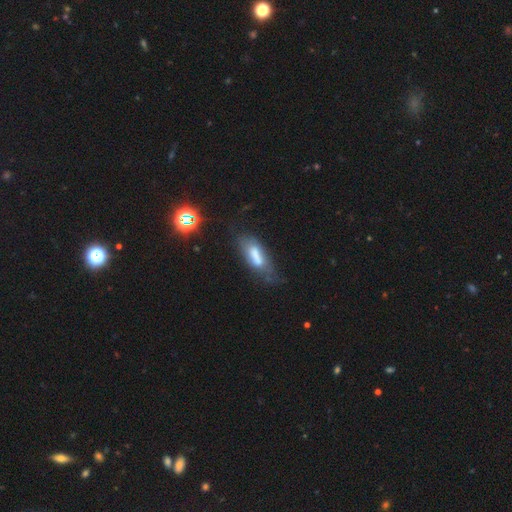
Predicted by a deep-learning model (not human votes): This is possibly a smooth galaxy (55%). How rounded: likely in between (66%). Merging: marginally none (35%).